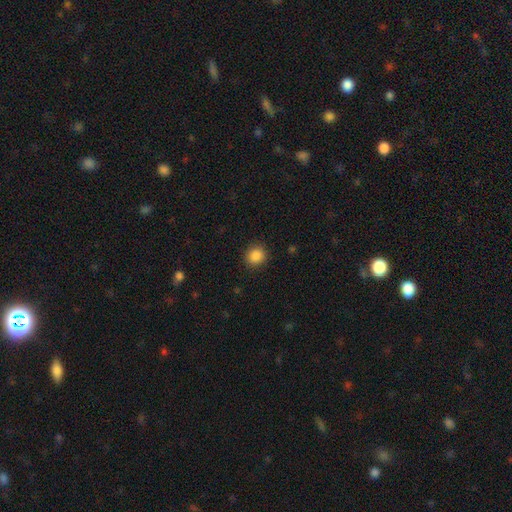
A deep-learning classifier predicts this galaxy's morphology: Smooth or featured: smooth — 87% (star or artifact — 10%)
How rounded: round — 86% (in between — 13%)
Merging: none — 89% (minor disturbance — 7%)